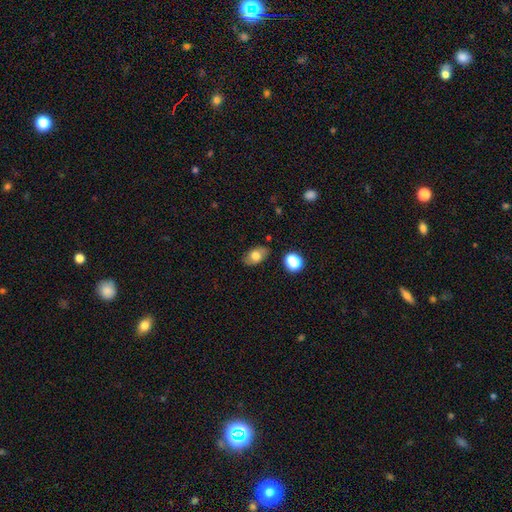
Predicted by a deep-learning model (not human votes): Smooth or featured: smooth — 75% (featured or disk — 16%)
How rounded: in between — 88% (round — 10%)
Merging: none — 81% (minor disturbance — 13%)